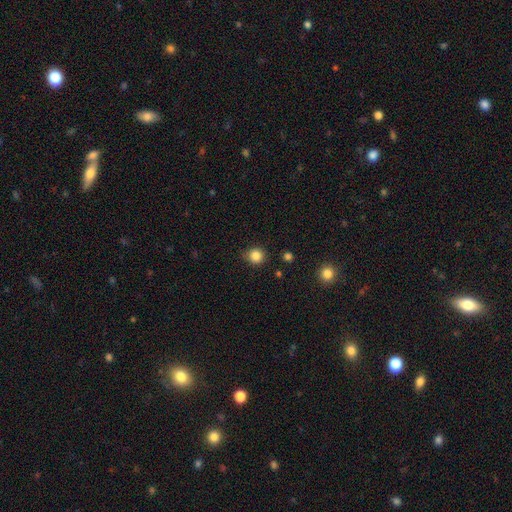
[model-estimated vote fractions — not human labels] Smooth or featured? Predicted: smooth (p=0.85). How rounded? Predicted: round (p=0.91). Merging? Predicted: none (p=0.86).